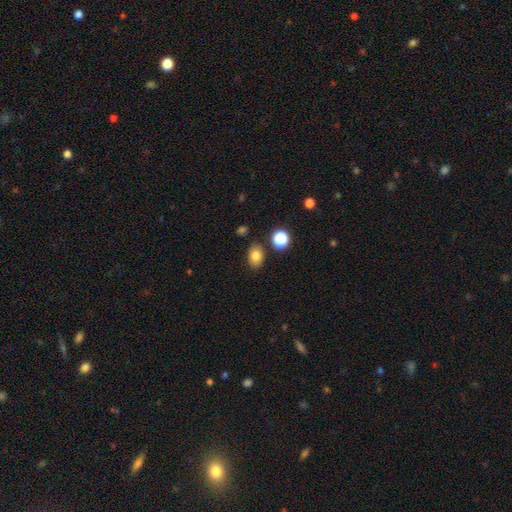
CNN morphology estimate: type=smooth (80%); roundness=in between (74%); merging=none (83%).